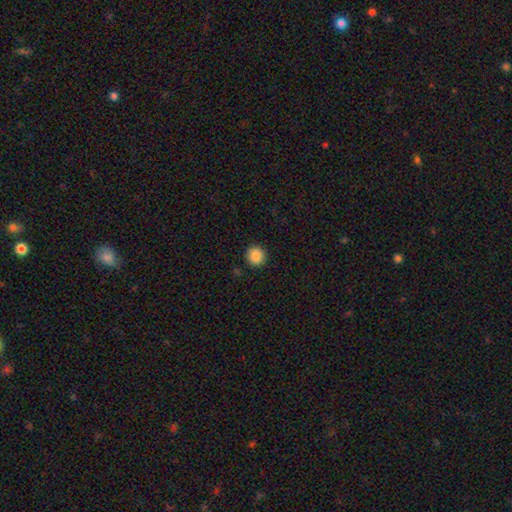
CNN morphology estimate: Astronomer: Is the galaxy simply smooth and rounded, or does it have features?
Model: smooth — 86%.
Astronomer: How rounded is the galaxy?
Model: round — 94%.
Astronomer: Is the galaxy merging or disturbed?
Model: none — 91%.